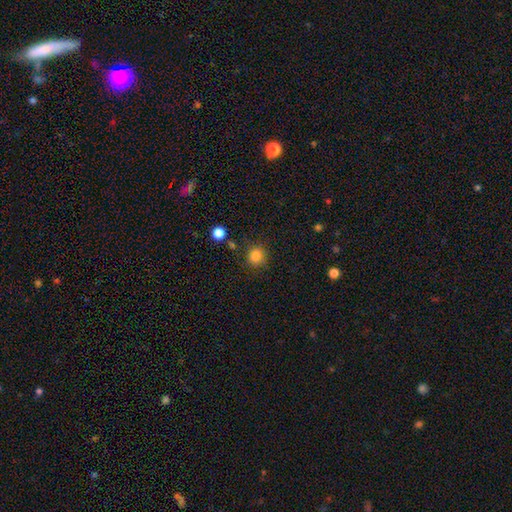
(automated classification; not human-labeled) This is clearly a smooth galaxy (84%). How rounded: clearly round (91%). Merging: clearly none (86%).